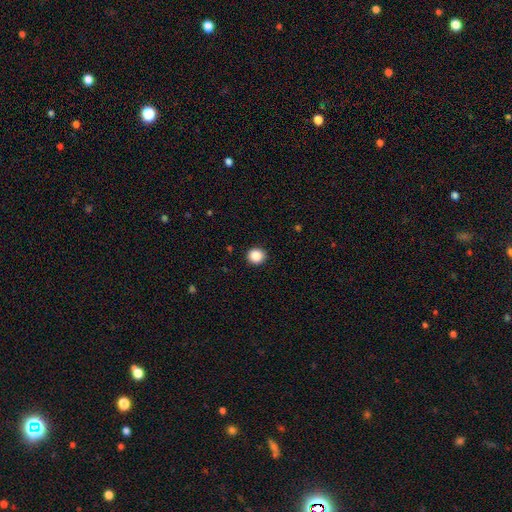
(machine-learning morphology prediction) Q: Smooth or featured?
A: smooth (88%); runner-up: star or artifact (9%)
Q: How rounded?
A: round (91%); runner-up: in between (8%)
Q: Merging?
A: none (92%); runner-up: minor disturbance (5%)